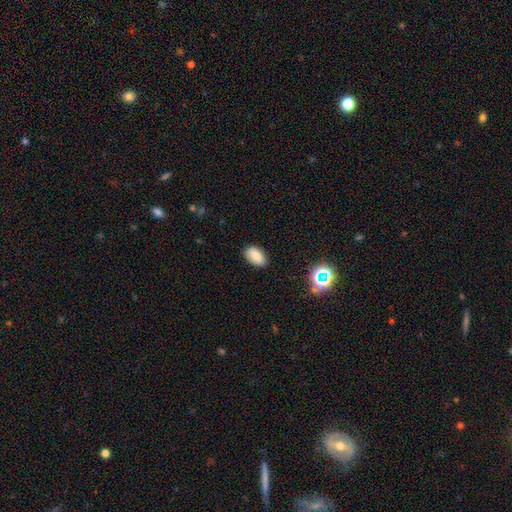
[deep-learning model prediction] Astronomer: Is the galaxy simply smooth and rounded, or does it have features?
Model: smooth — 84%.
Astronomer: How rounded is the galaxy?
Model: in between — 93%.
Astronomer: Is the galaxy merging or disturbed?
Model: none — 85%.